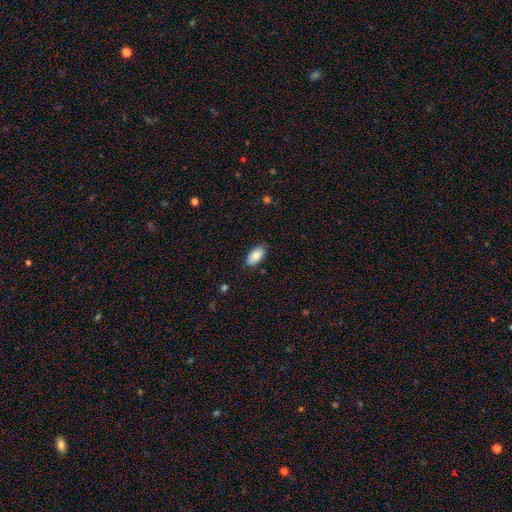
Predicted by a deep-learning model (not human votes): Morphology: type=smooth (83%); roundness=in between (93%); merging=none (84%).